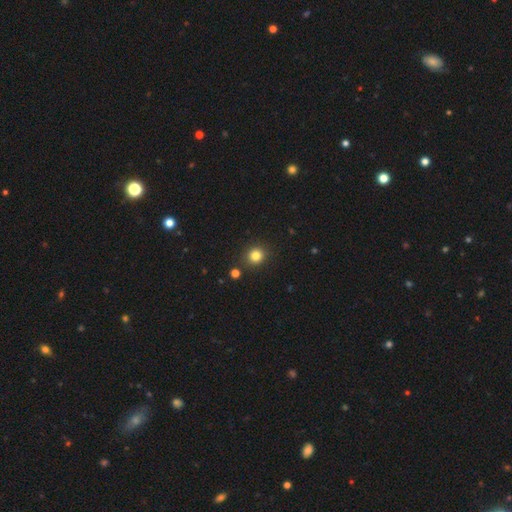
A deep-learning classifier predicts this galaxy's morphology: The model was most divided on "smooth or featured": smooth: 82%, star or artifact: 13%, featured or disk: 5%. More confident: merging — none (88%); how rounded — round (86%).